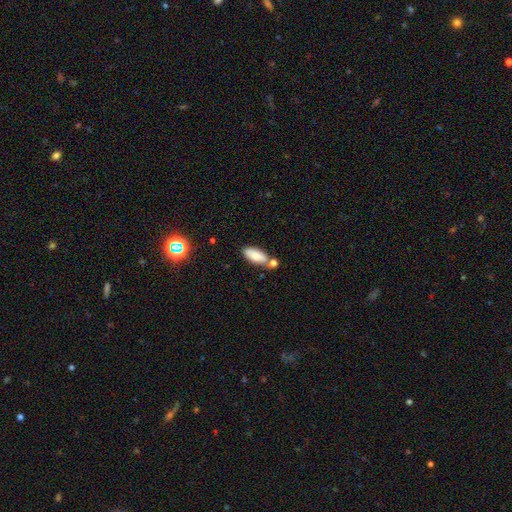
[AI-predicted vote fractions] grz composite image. It shows a smooth galaxy with no disk features (80%) that is in between round and cigar-shaped (80%). Merging: none (58%).